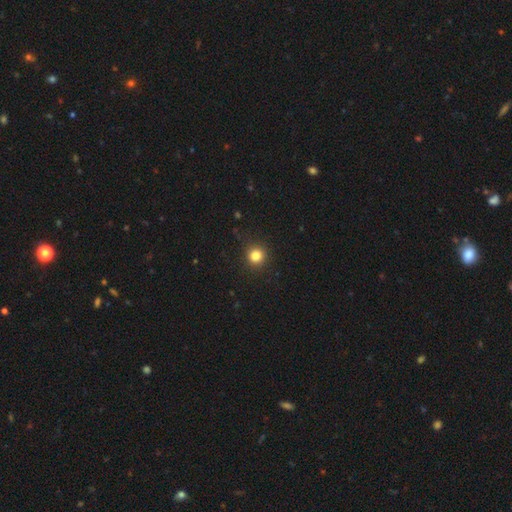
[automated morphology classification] The model was most divided on "smooth or featured": smooth: 83%, star or artifact: 13%, featured or disk: 5%. More confident: how rounded — round (91%); merging — none (89%).